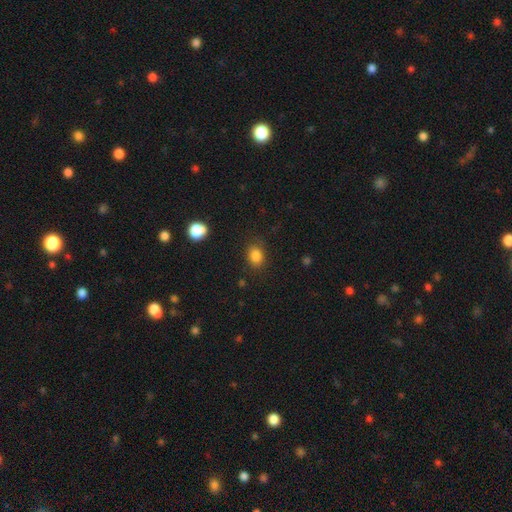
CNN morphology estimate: Smooth or featured?
  - smooth: 85% *
  - star or artifact: 11%
  - featured or disk: 5%
How rounded?
  - in between: 59% *
  - round: 40%
  - cigar-shaped: 1%
Merging?
  - none: 82% *
  - minor disturbance: 12%
  - major disturbance: 4%
  - merger: 2%